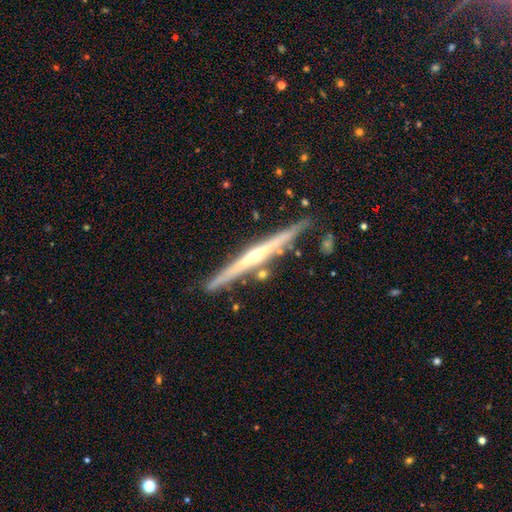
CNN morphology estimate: Smooth or featured: featured or disk — 79% (smooth — 16%)
Edge-on disk: yes — 98% (no — 2%)
Edge-on bulge: rounded — 73% (none — 23%)
Merging: none — 85% (minor disturbance — 9%)